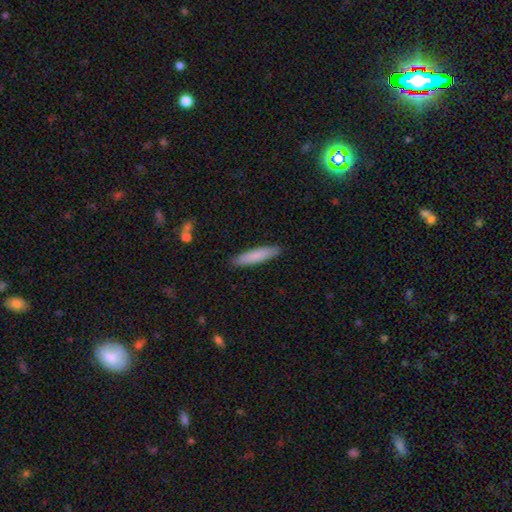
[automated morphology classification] A smooth galaxy with no disk features (83%) that is cigar-shaped (86%). Merging: none (90%).